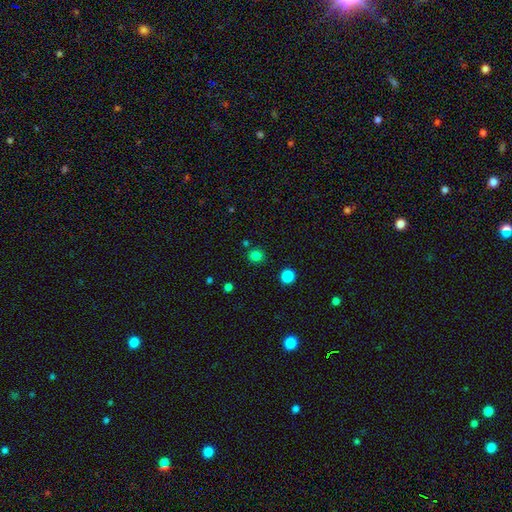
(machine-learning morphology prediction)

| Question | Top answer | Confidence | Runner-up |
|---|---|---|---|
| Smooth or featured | smooth | 80% | star or artifact (16%) |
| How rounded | round | 87% | in between (12%) |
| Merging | none | 85% | minor disturbance (7%) |